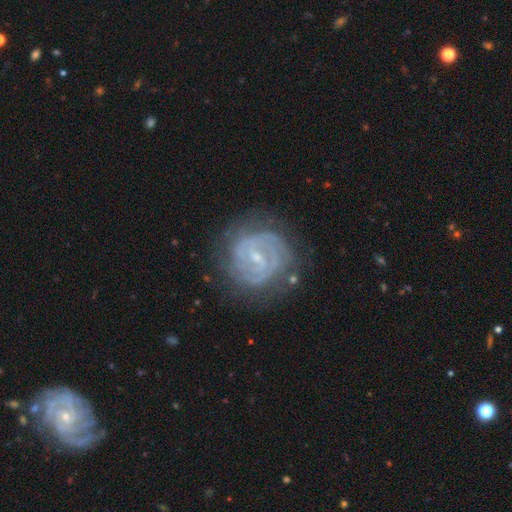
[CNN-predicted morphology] Smooth or featured? Predicted: featured or disk (p=0.77). Edge-on disk? Predicted: no (p=0.97). Bar? Predicted: weak (p=0.50). Spiral arms? Predicted: yes (p=0.88). Spiral winding? Predicted: tight (p=0.59). Spiral arm count? Predicted: 2 (p=0.48). Bulge size? Predicted: small (p=0.72). Merging? Predicted: none (p=0.77).